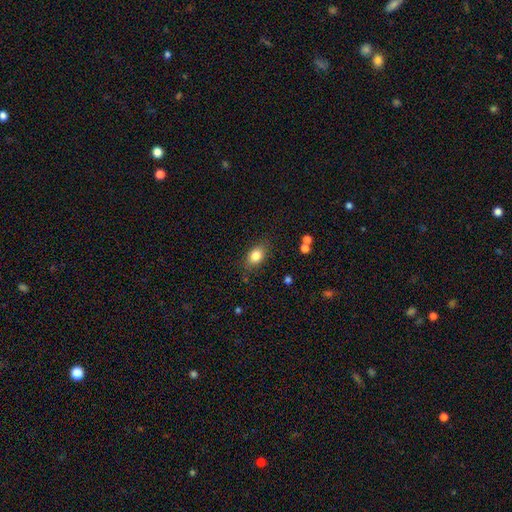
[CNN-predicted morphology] Smooth or featured: smooth — 83% (star or artifact — 9%)
How rounded: in between — 81% (round — 16%)
Merging: none — 81% (minor disturbance — 14%)